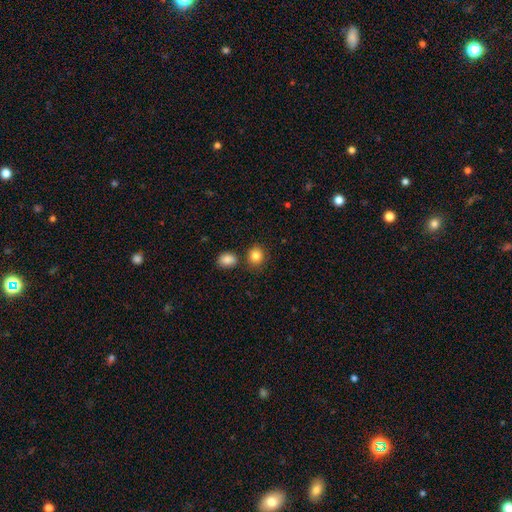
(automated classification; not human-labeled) This is clearly a smooth galaxy (85%). How rounded: likely round (75%). Merging: likely none (75%).